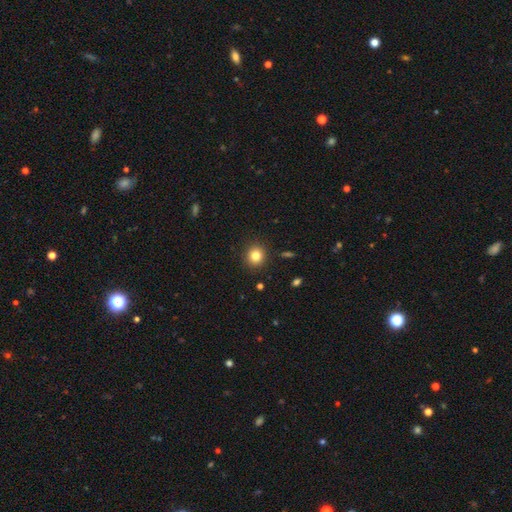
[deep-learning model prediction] This appears to be a smooth galaxy with no disk features (82%) that is round (88%). Merging: none (91%).